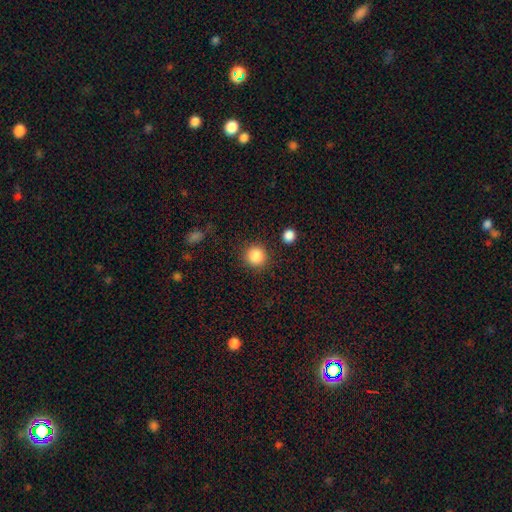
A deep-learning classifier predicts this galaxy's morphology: A smooth galaxy with no disk features (87%) that is round (93%).

Vote fractions:
- Smooth or featured? smooth: 87% / star or artifact: 10% / featured or disk: 4%
- How rounded? round: 93% / in between: 6% / cigar-shaped: 1%
- Merging? none: 88% / minor disturbance: 7% / major disturbance: 3% / merger: 2%